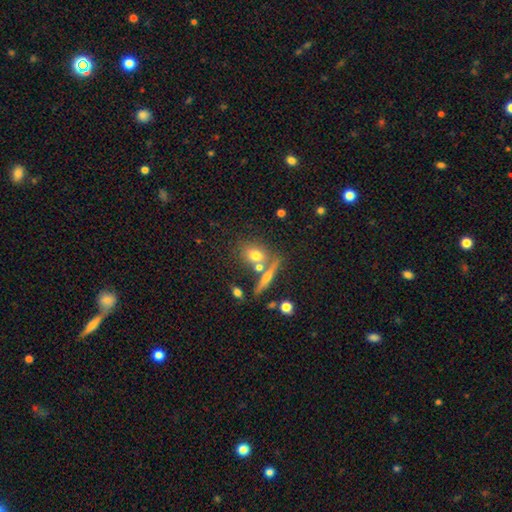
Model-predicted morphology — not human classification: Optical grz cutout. It shows a smooth galaxy with no disk features (66%) that is round (50%). Merging: none (55%).